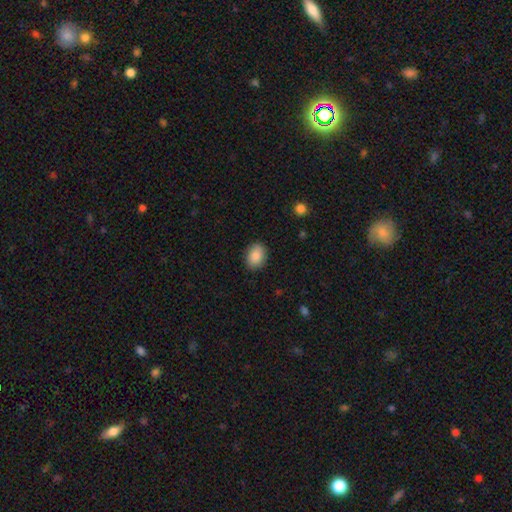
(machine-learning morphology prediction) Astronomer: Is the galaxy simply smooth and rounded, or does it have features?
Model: smooth — 87%.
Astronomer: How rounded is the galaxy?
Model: in between — 72%.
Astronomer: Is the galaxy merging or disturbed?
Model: none — 87%.